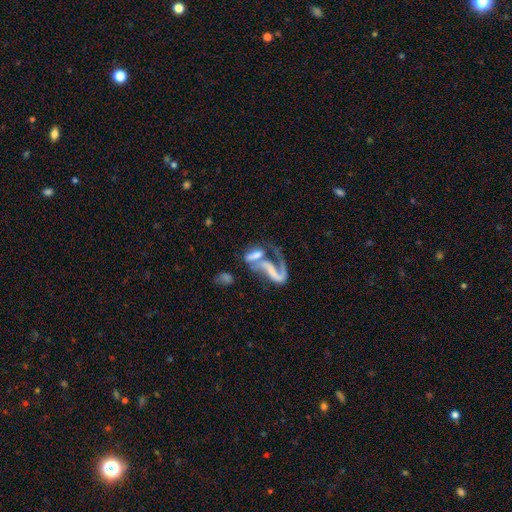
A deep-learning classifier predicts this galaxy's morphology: smooth-or-featured: featured or disk: 68% | smooth: 18% | star or artifact: 13%
  disk-edge-on: no: 92% | yes: 8%
    bar: no: 44% | strong: 28% | weak: 27%
    has-spiral-arms: yes: 71% | no: 29%
    bulge-size: none: 43% | small: 31% | moderate: 18% | large: 5% | dominant: 3%
  merging: merger: 52% | major disturbance: 21% | none: 19% | minor disturbance: 8%